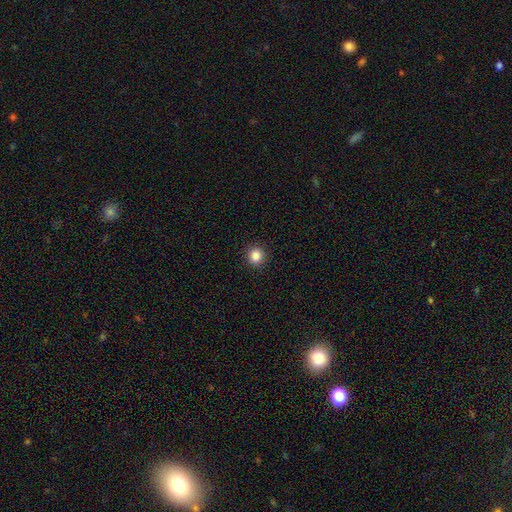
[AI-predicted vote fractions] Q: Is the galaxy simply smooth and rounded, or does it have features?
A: smooth — 86%.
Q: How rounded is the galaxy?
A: round — 87%.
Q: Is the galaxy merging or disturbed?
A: none — 92%.